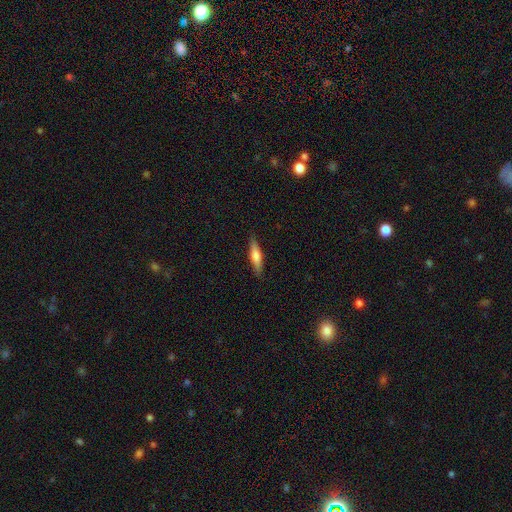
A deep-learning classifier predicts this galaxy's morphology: type=smooth (55%); roundness=cigar-shaped (78%); merging=none (88%).